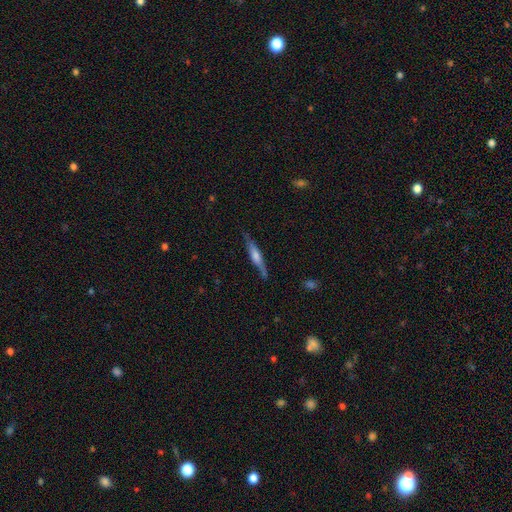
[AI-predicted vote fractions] Q: Smooth or featured?
A: featured or disk (62%); runner-up: smooth (32%)
Q: Edge-on disk?
A: yes (95%); runner-up: no (5%)
Q: Edge-on bulge?
A: rounded (62%); runner-up: boxy (26%)
Q: Merging?
A: none (81%); runner-up: minor disturbance (14%)